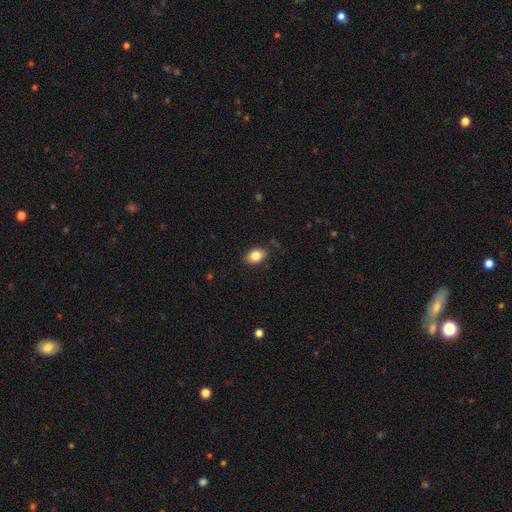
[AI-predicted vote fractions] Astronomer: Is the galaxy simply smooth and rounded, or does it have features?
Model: smooth — 85%.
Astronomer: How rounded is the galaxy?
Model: in between — 77%.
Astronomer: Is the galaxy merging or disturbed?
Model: none — 84%.